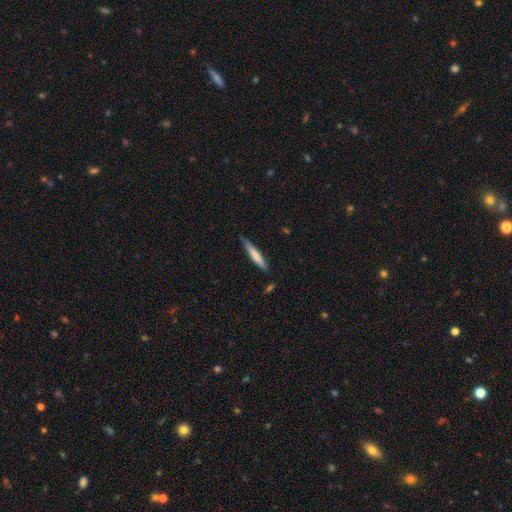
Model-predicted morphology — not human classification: Smooth or featured: smooth — 68% (featured or disk — 27%)
How rounded: cigar-shaped — 92% (in between — 7%)
Merging: none — 76% (minor disturbance — 19%)